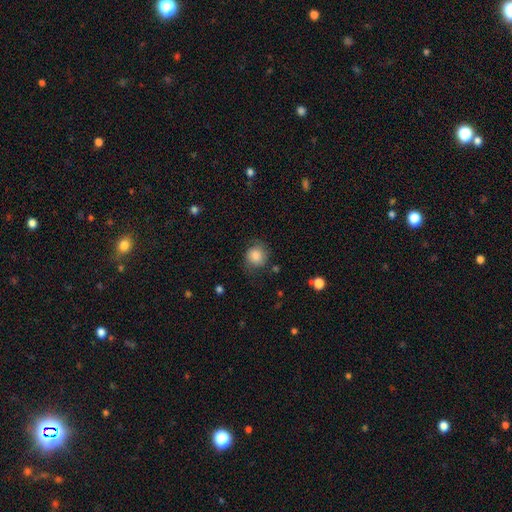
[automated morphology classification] Smooth or featured? smooth (79%)
How rounded? round (83%)
Merging? none (70%)